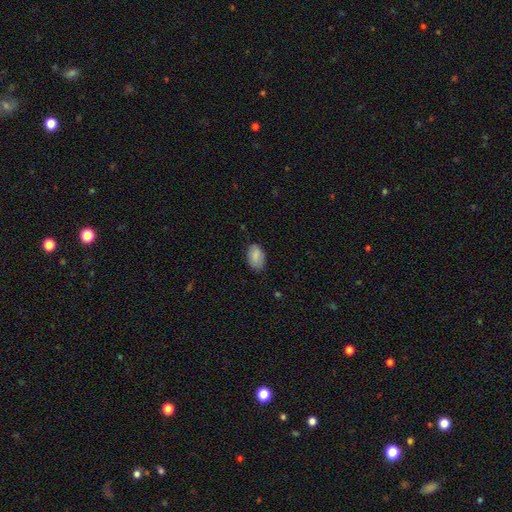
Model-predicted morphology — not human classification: type=smooth (85%); roundness=in between (91%); merging=none (75%).